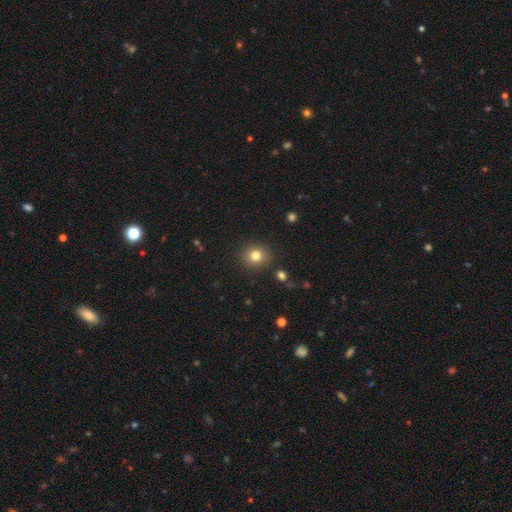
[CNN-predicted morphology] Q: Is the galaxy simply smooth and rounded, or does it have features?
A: smooth — 81%.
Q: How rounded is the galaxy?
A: round — 83%.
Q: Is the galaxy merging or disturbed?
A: none — 89%.